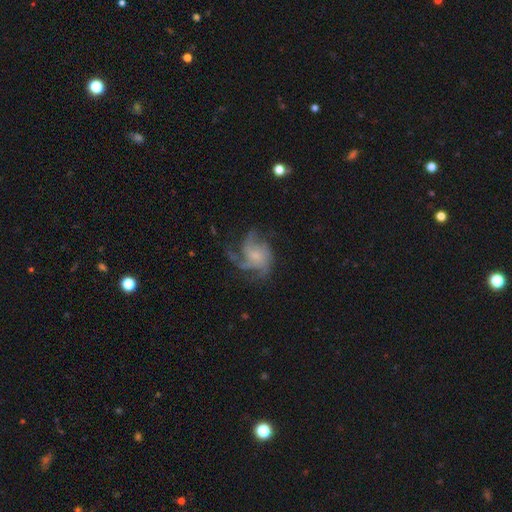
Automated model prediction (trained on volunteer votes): Overall: featured or disk (83%). Edge-on disk: no (98%). Bar: no (73%). Spiral arms: yes (96%). Spiral arm count: 4 (37%; 3 32%). Spiral winding: medium (50%; loose 25%). Bulge size: small (68%). Merging: none (59%; major disturbance 20%).